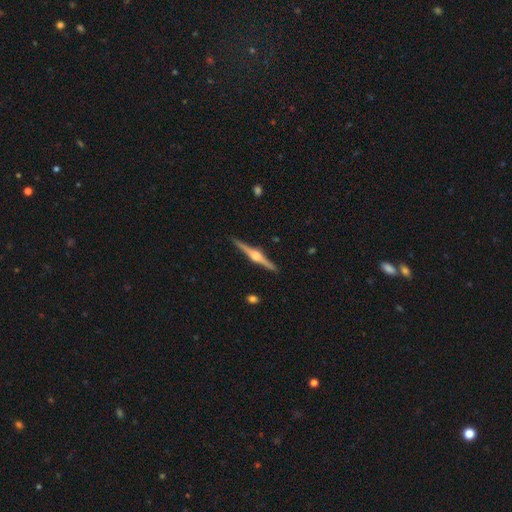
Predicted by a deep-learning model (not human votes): This is clearly a featured or disk galaxy (85%). It is clearly viewed edge-on (99%). Edge-on bulge: clearly rounded (92%). Merging: clearly none (92%).